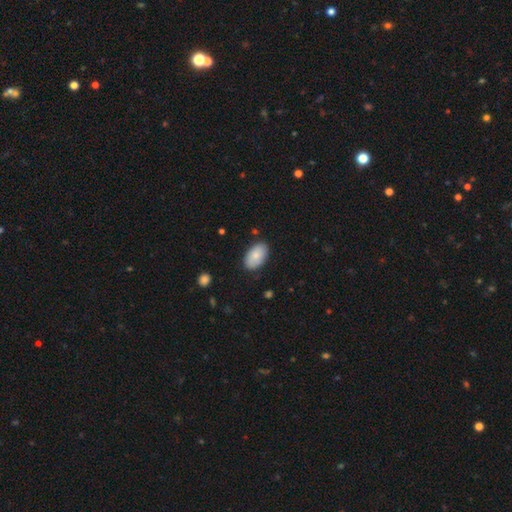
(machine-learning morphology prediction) This is clearly a smooth galaxy (83%). How rounded: clearly in between (94%). Merging: clearly none (84%).